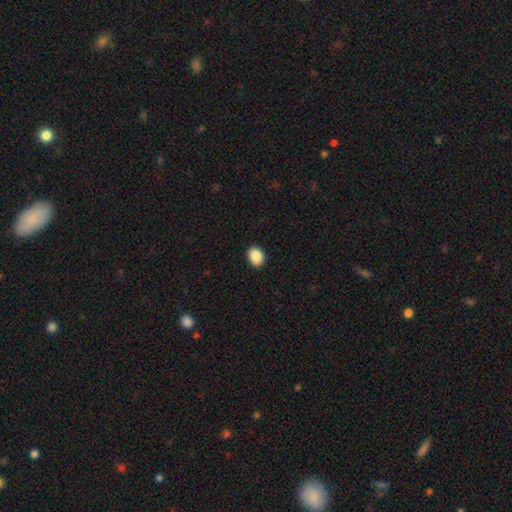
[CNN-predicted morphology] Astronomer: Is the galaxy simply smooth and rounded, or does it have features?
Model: smooth — 88%.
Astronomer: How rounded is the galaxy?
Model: in between — 57% (runner-up: round, 42%).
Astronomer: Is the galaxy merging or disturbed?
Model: none — 90%.